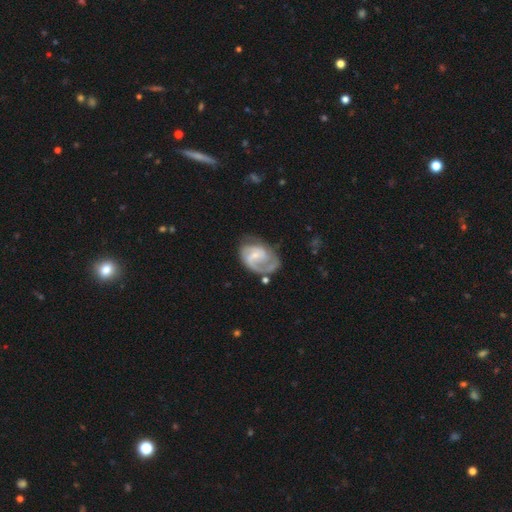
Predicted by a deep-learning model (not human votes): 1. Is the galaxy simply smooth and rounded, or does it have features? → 80% featured or disk, 15% smooth, 5% star or artifact.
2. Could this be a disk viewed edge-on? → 98% no, 2% yes.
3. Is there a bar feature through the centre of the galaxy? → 51% weak, 38% no, 12% strong.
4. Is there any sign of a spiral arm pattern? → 92% yes, 8% no.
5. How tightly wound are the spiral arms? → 46% medium, 31% tight, 23% loose.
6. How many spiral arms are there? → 52% 2, 28% 1, 12% can't tell, 5% 3, 1% 4, 1% more than 4.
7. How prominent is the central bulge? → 65% small, 24% moderate, 8% none, 2% large, 1% dominant.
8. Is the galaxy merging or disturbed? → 50% none, 25% minor disturbance, 21% major disturbance, 4% merger.